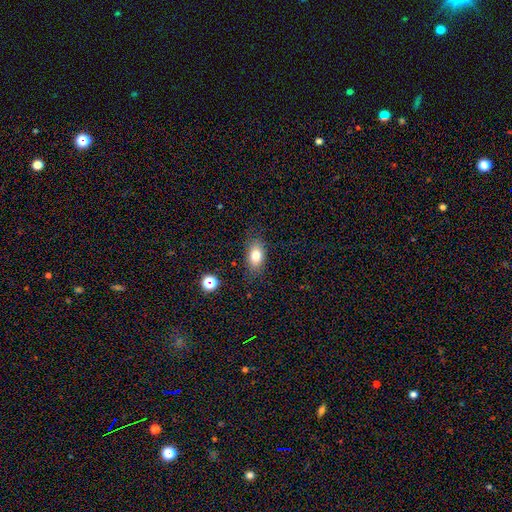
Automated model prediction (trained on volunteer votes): smooth 80%, featured or disk 10%, star or artifact 10%. Down the decision tree: how rounded — in between (85%); merging — none (81%).